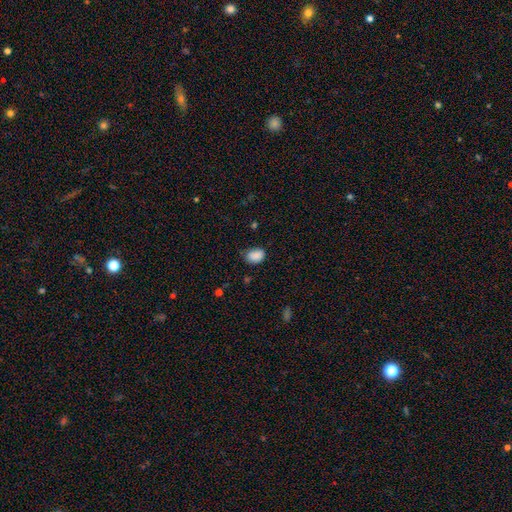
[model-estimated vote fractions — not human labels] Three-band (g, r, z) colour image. It shows a smooth galaxy with no disk features (88%) that is in between round and cigar-shaped (74%). Merging: none (64%).